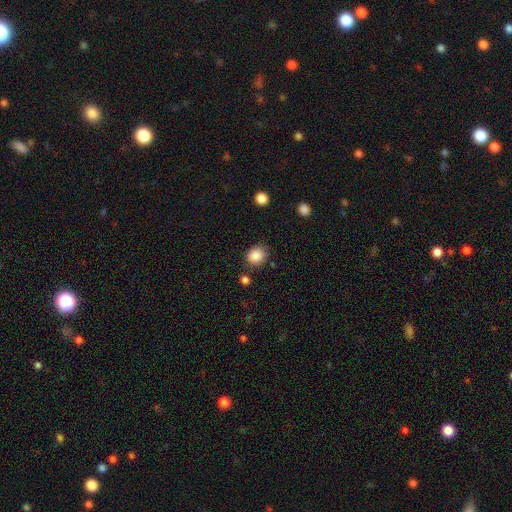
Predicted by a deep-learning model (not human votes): Q: Smooth or featured?
A: smooth (88%); runner-up: star or artifact (9%)
Q: How rounded?
A: round (67%); runner-up: in between (32%)
Q: Merging?
A: none (81%); runner-up: minor disturbance (12%)